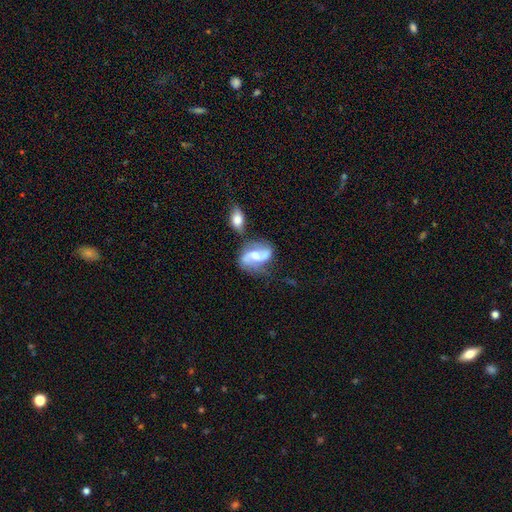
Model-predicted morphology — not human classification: The model was most divided on "bar" (2-way tie): no: 41%, weak: 41%, strong: 18%. Remaining: edge-on disk — no (97%); spiral arms — yes (92%); spiral arm count — 2 (90%); smooth or featured — featured or disk (78%); bulge size — moderate (67%); spiral winding — loose (51%); merging — none (48%).